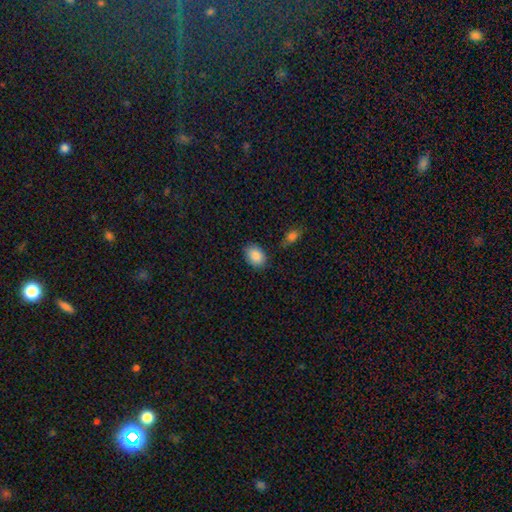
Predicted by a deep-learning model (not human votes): This appears to be a smooth galaxy with no disk features (87%) that is in between round and cigar-shaped (69%). Merging: none (83%).